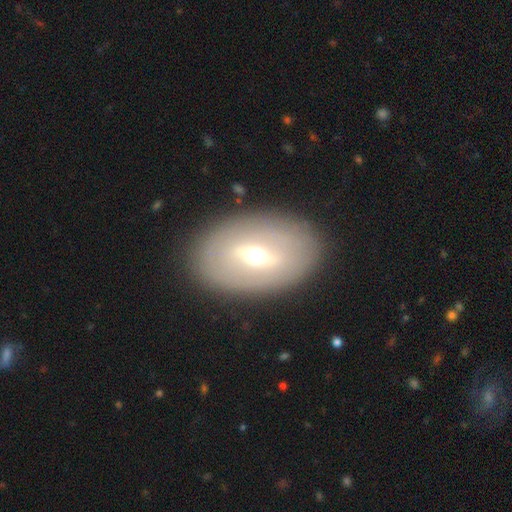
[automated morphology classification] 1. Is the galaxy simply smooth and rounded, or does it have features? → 58% featured or disk, 34% smooth, 8% star or artifact.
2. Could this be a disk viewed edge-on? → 87% no, 13% yes.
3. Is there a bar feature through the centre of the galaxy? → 45% weak, 35% strong, 20% no.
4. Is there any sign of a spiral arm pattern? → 77% no, 23% yes.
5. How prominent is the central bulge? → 60% moderate, 34% small, 5% large, 1% dominant, 1% none.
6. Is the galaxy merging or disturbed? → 87% none, 9% minor disturbance, 3% major disturbance, 1% merger.